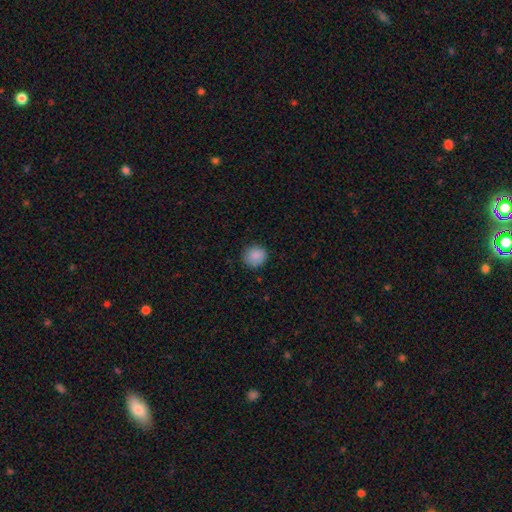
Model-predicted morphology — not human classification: Smooth or featured? smooth (88%)
How rounded? round (89%)
Merging? none (84%)